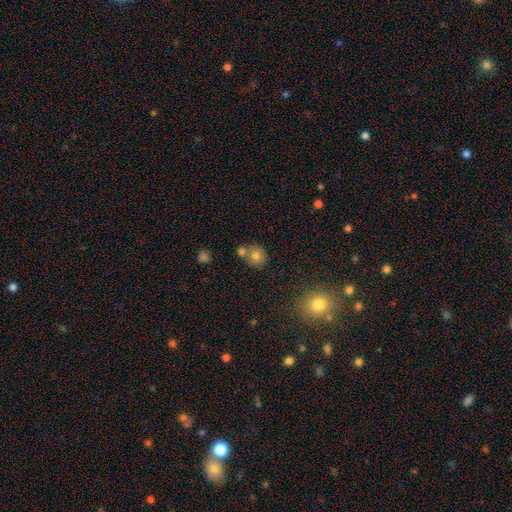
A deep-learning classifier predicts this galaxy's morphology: Smooth or featured?
  - smooth: 75% *
  - featured or disk: 14%
  - star or artifact: 11%
How rounded?
  - round: 83% *
  - in between: 16%
  - cigar-shaped: 1%
Merging?
  - none: 49% *
  - merger: 38%
  - minor disturbance: 10%
  - major disturbance: 3%